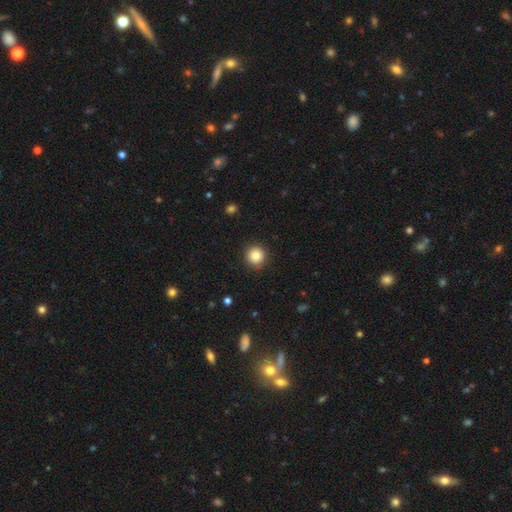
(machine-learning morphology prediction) A smooth galaxy with no disk features (85%) that is round (94%).

Vote fractions:
- Smooth or featured? smooth: 85% / star or artifact: 10% / featured or disk: 5%
- How rounded? round: 94% / in between: 5% / cigar-shaped: 1%
- Merging? none: 90% / minor disturbance: 7% / major disturbance: 2% / merger: 1%